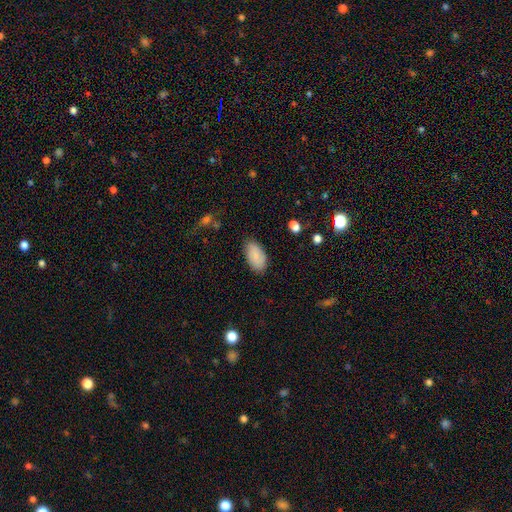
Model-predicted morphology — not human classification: The model was most divided on "merging": none: 82%, minor disturbance: 14%, major disturbance: 3%, merger: 1%. More confident: how rounded — in between (95%); smooth or featured — smooth (84%).